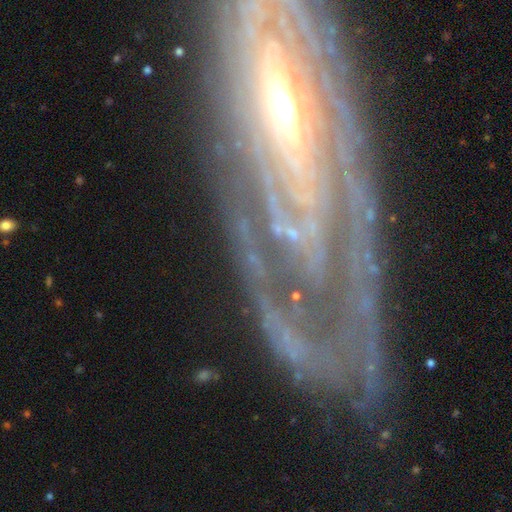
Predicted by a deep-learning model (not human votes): Smooth or featured: featured or disk — 77% (star or artifact — 13%)
Edge-on disk: no — 78% (yes — 22%)
Bar: no — 53% (strong — 24%)
Spiral arms: yes — 79% (no — 21%)
Bulge size: moderate — 44% (small — 35%)
Merging: none — 67% (minor disturbance — 16%)